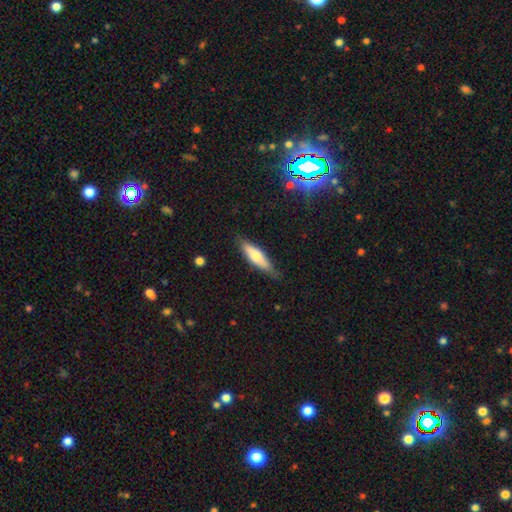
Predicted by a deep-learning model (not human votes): This appears to be a smooth galaxy with no disk features (64%) that is cigar-shaped (64%). Merging: none (78%).